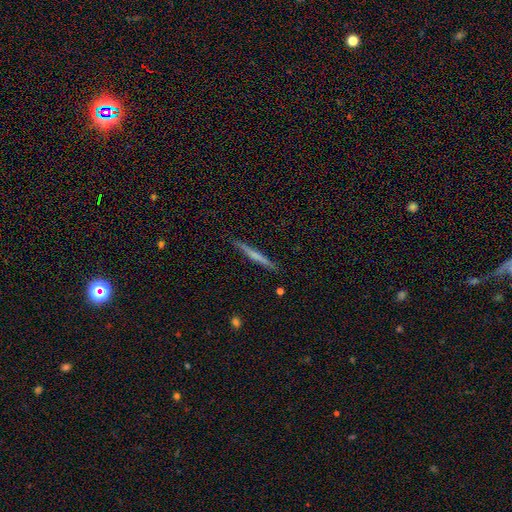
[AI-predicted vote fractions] Smooth or featured? smooth (50%)
How rounded? cigar-shaped (96%)
Merging? none (89%)